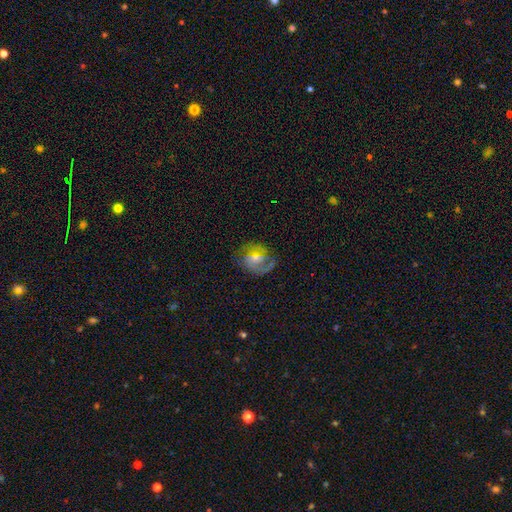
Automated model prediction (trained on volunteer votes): The model was most divided on "bulge size" (2-way tie): moderate: 46%, small: 46%, none: 3%, large: 3%, dominant: 1%. Remaining: edge-on disk — no (97%); spiral arms — yes (89%); smooth or featured — featured or disk (72%); merging — none (70%); spiral arm count — 2 (66%); bar — weak (52%); spiral winding — medium (46%).